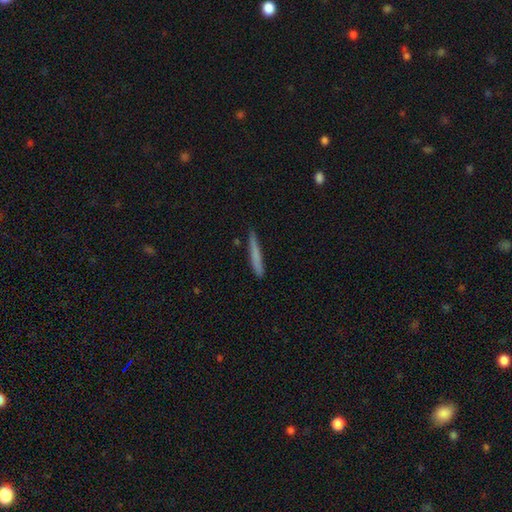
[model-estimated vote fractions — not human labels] Q: Smooth or featured?
A: smooth (72%); runner-up: featured or disk (22%)
Q: How rounded?
A: cigar-shaped (96%); runner-up: in between (3%)
Q: Merging?
A: none (83%); runner-up: minor disturbance (13%)